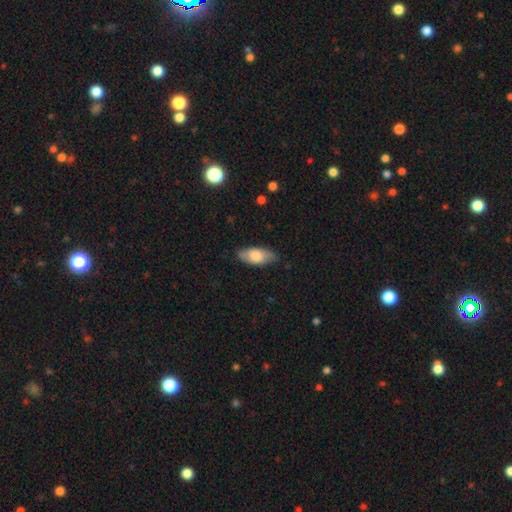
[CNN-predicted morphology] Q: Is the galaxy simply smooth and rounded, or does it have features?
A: smooth — 72%.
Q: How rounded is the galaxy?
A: in between — 88%.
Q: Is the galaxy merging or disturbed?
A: none — 79%.